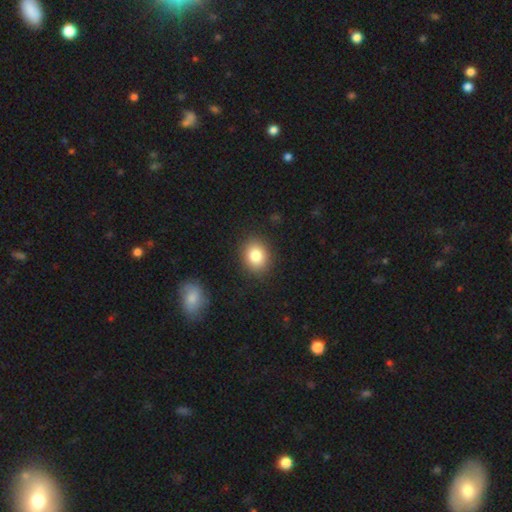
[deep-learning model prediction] smooth-or-featured: smooth: 83% | star or artifact: 9% | featured or disk: 8%
  how-rounded: round: 51% | in between: 48% | cigar-shaped: 1%
  merging: none: 87% | minor disturbance: 9% | major disturbance: 3% | merger: 2%